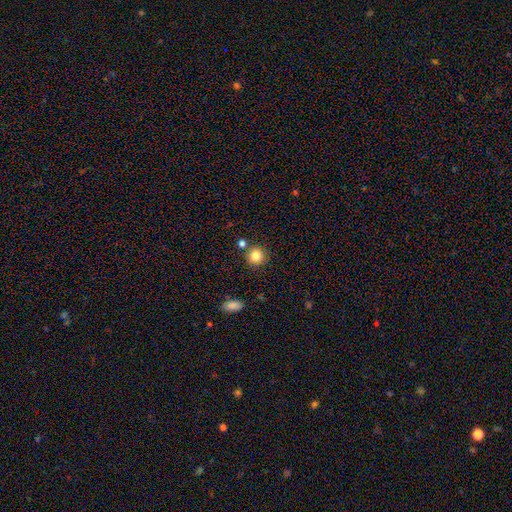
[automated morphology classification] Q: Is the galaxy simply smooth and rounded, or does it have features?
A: smooth — 84%.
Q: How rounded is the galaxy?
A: round — 90%.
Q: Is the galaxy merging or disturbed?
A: none — 80%.